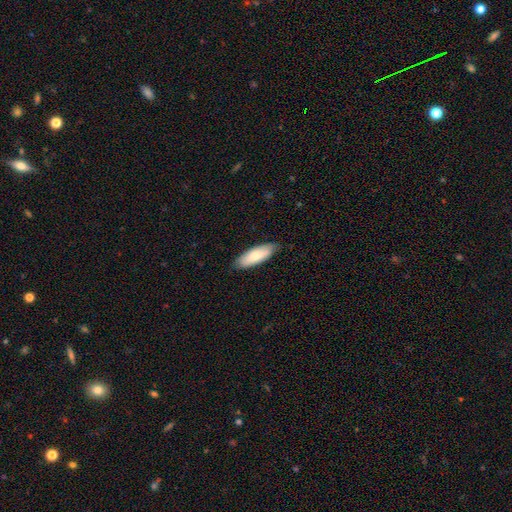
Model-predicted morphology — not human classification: Smooth or featured: smooth — 82% (featured or disk — 13%)
How rounded: in between — 61% (cigar-shaped — 37%)
Merging: none — 83% (minor disturbance — 14%)